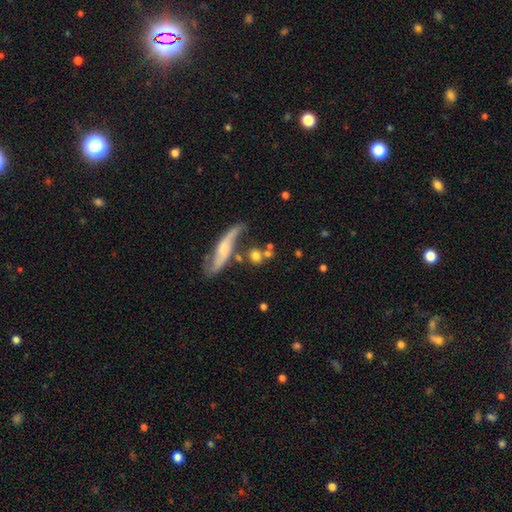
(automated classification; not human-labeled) This is likely a smooth galaxy (64%). How rounded: likely round (69%). Merging: possibly none (56%).